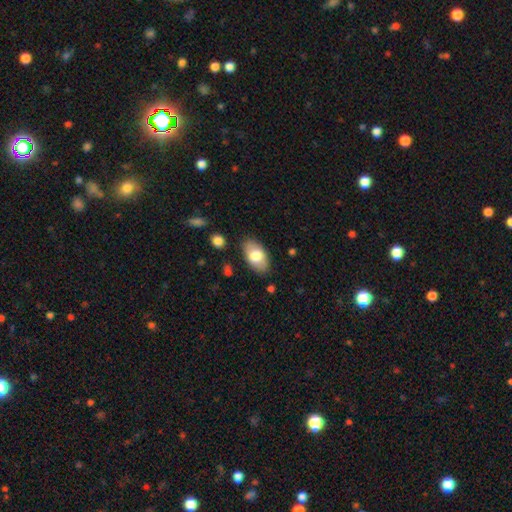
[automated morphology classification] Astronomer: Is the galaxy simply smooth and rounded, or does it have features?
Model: smooth — 75%.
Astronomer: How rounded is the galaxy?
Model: in between — 94%.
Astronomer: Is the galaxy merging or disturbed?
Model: none — 83%.